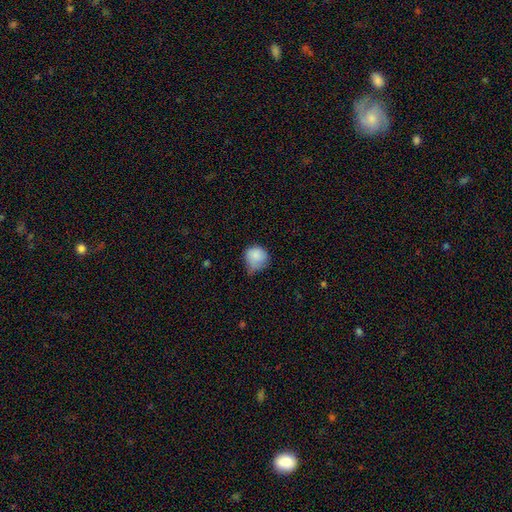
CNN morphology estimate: smooth_or_featured: smooth (p=0.82) [alt: featured or disk p=0.10]
how_rounded: round (p=0.80) [alt: in between p=0.20]
merging: minor disturbance (p=0.46) [alt: none p=0.35]